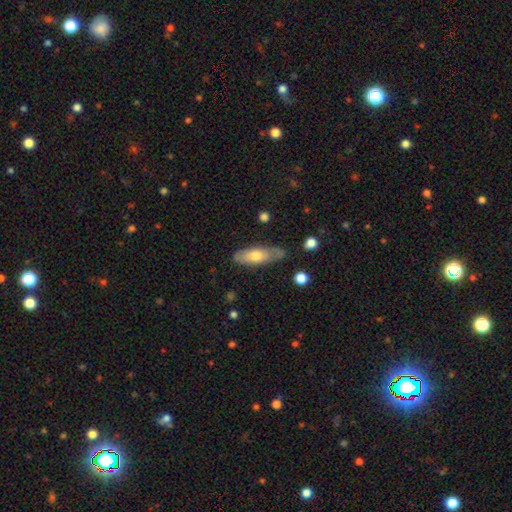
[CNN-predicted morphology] smooth 58%, featured or disk 37%, star or artifact 6%. Down the decision tree: how rounded — in between (62%); merging — none (73%).